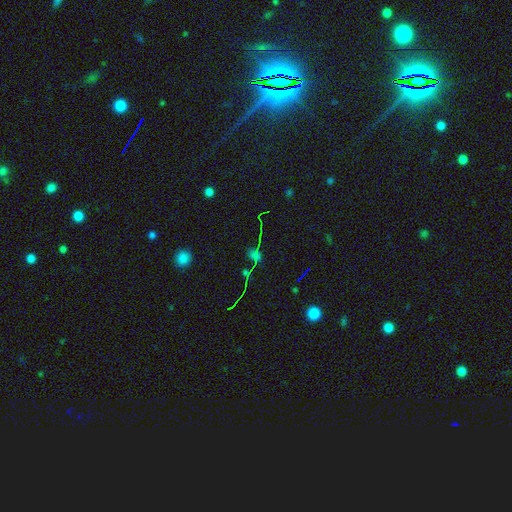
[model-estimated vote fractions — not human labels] Morphology: type=star or artifact (56%).